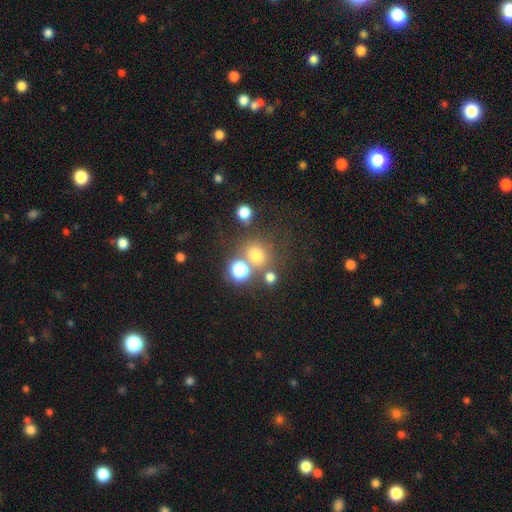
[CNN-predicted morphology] smooth-or-featured: smooth: 67% | star or artifact: 24% | featured or disk: 9%
  how-rounded: round: 80% | in between: 19% | cigar-shaped: 1%
  merging: none: 64% | merger: 20% | minor disturbance: 11% | major disturbance: 6%